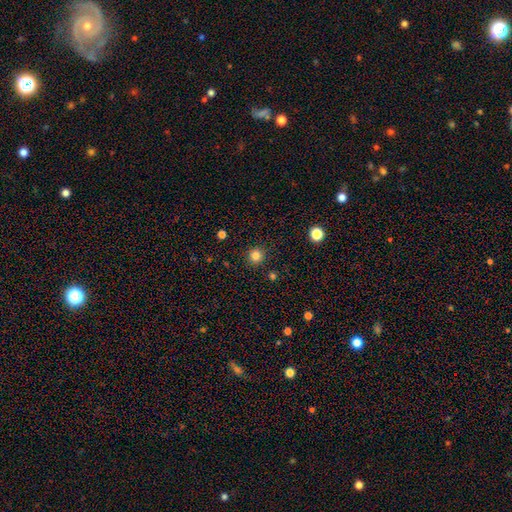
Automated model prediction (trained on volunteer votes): Q: Smooth or featured?
A: smooth (82%); runner-up: star or artifact (13%)
Q: How rounded?
A: round (94%); runner-up: in between (5%)
Q: Merging?
A: none (91%); runner-up: minor disturbance (6%)